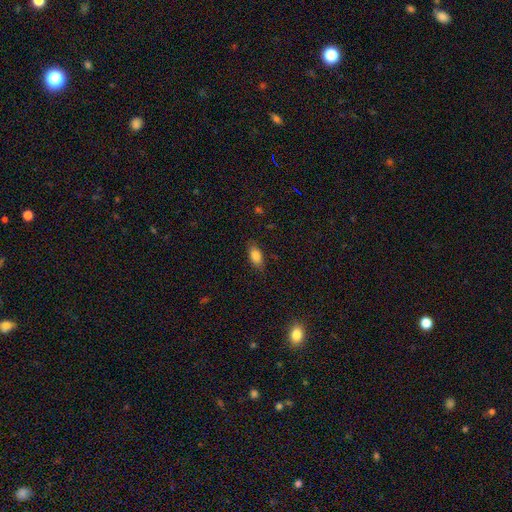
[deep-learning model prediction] Overall: smooth (82%). How rounded: in between (87%). Merging: none (82%).